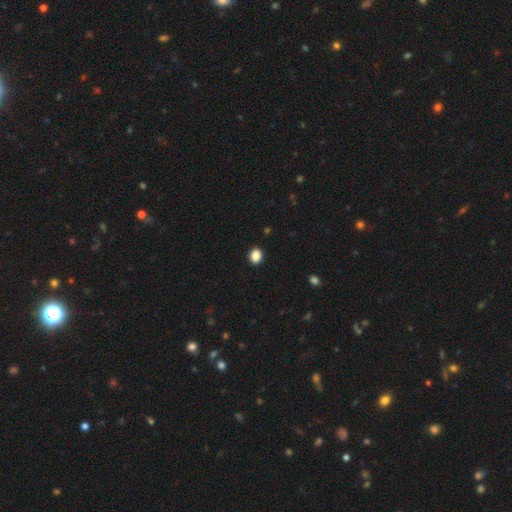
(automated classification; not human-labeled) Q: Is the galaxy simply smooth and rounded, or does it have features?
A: smooth — 88%.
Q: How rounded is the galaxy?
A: in between — 54%.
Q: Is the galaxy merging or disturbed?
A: none — 91%.